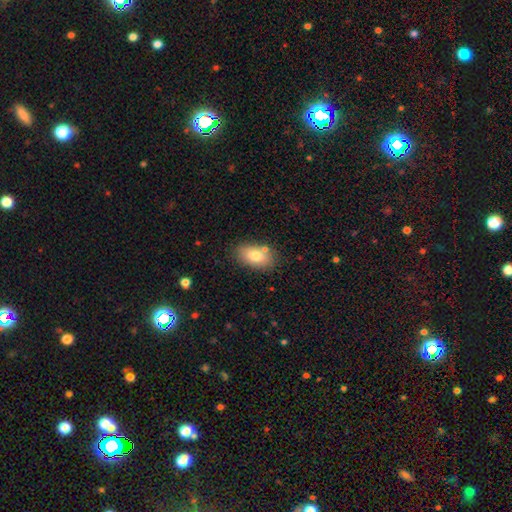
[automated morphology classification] Smooth or featured: smooth — 77% (featured or disk — 15%)
How rounded: in between — 91% (round — 7%)
Merging: none — 77% (minor disturbance — 13%)